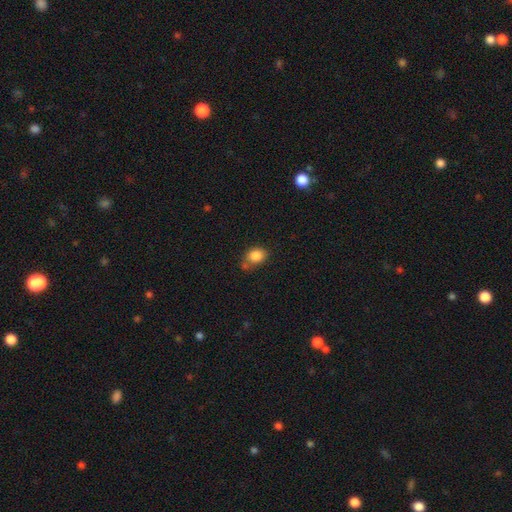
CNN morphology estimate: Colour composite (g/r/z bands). It shows a smooth galaxy with no disk features (85%) that is in between round and cigar-shaped (60%). Merging: none (58%).